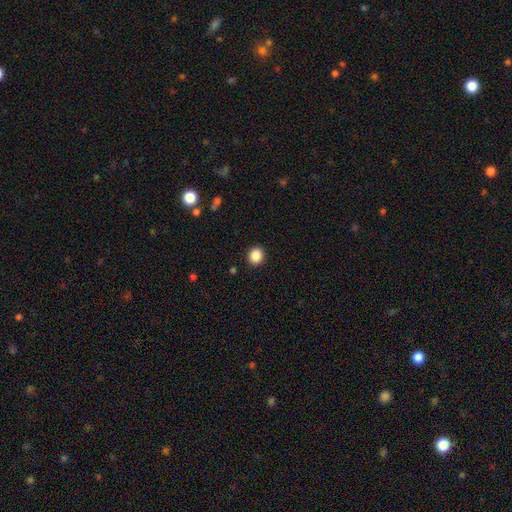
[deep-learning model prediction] Smooth or featured? smooth (88%)
How rounded? round (79%)
Merging? none (92%)